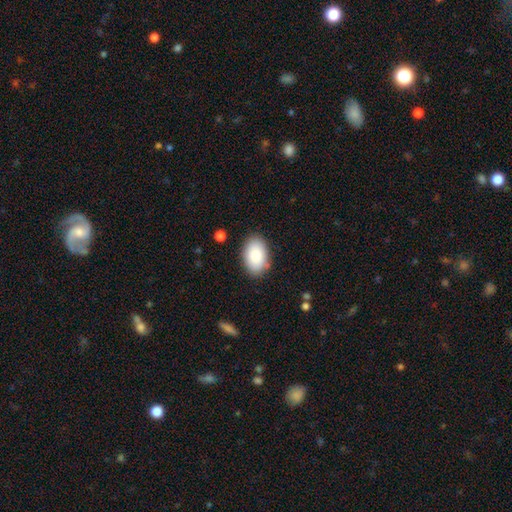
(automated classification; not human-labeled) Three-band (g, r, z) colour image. It shows a smooth galaxy with no disk features (84%) that is in between round and cigar-shaped (91%). Merging: none (85%).